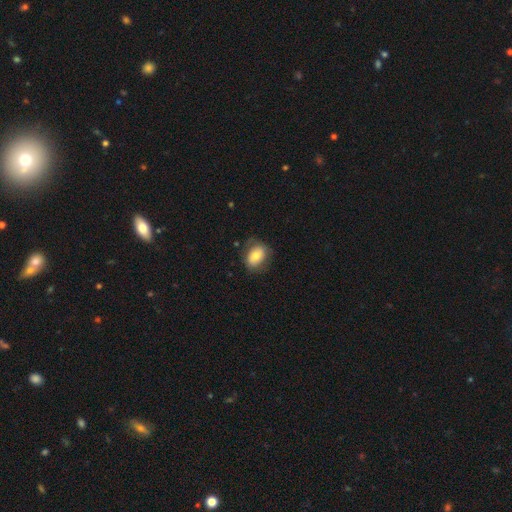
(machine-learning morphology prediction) Smooth or featured? smooth (73%)
How rounded? in between (75%)
Merging? none (69%)